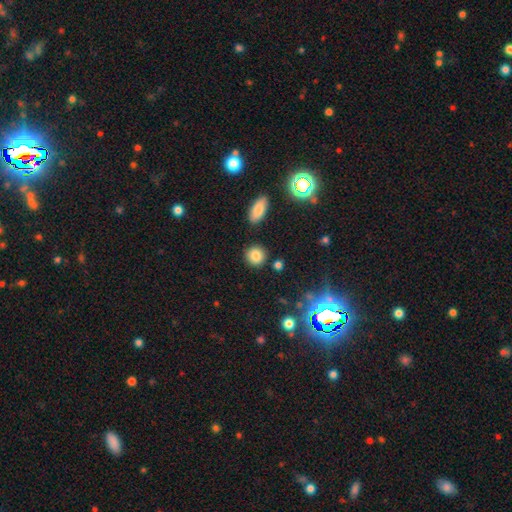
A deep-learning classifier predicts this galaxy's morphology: smooth_or_featured: smooth (p=0.83) [alt: star or artifact p=0.11]
how_rounded: round (p=0.87) [alt: in between p=0.12]
merging: none (p=0.87) [alt: minor disturbance p=0.08]